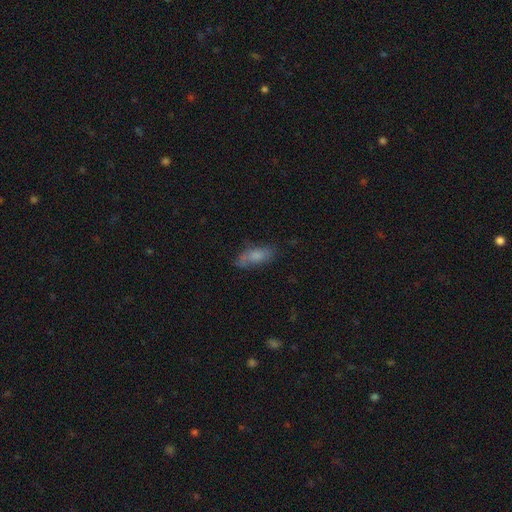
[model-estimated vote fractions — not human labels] Morphology: type=smooth (69%); roundness=in between (76%); merging=none (61%).